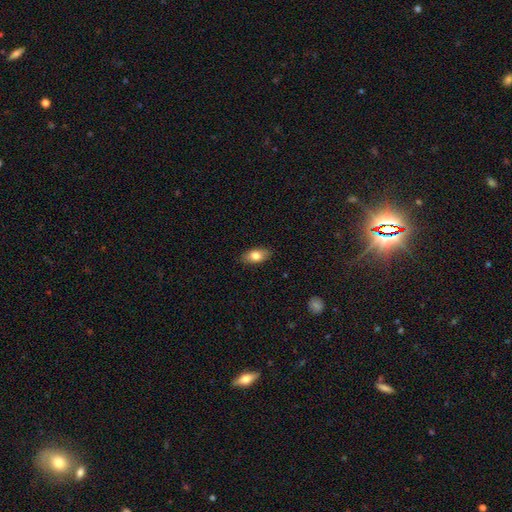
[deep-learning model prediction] Q: Smooth or featured?
A: smooth (79%); runner-up: featured or disk (14%)
Q: How rounded?
A: in between (88%); runner-up: cigar-shaped (6%)
Q: Merging?
A: none (87%); runner-up: minor disturbance (10%)